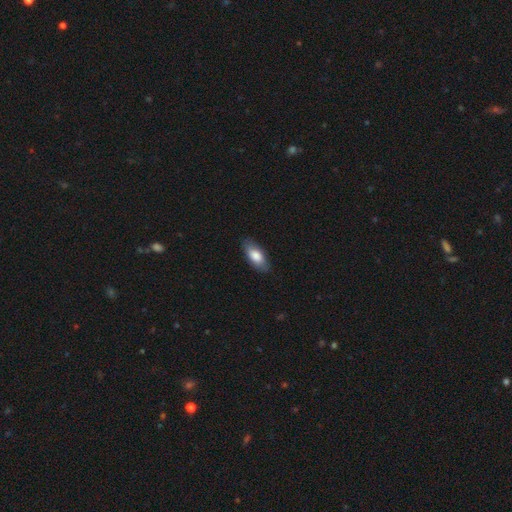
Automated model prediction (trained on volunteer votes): This appears to be a smooth galaxy with no disk features (79%) that is in between round and cigar-shaped (85%). Merging: none (85%).